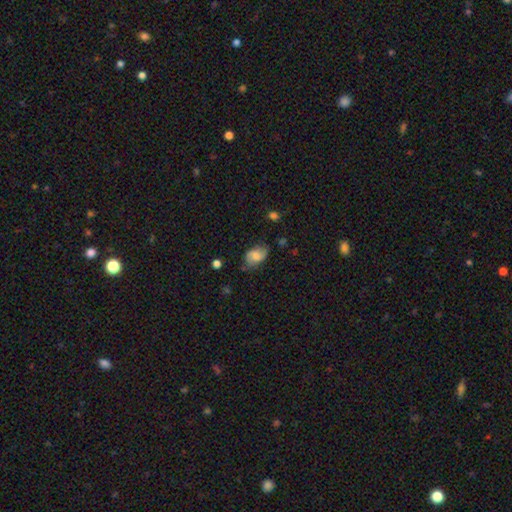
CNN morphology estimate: This appears to be a smooth galaxy with no disk features (56%) that is in between round and cigar-shaped (85%). Merging: none (65%).